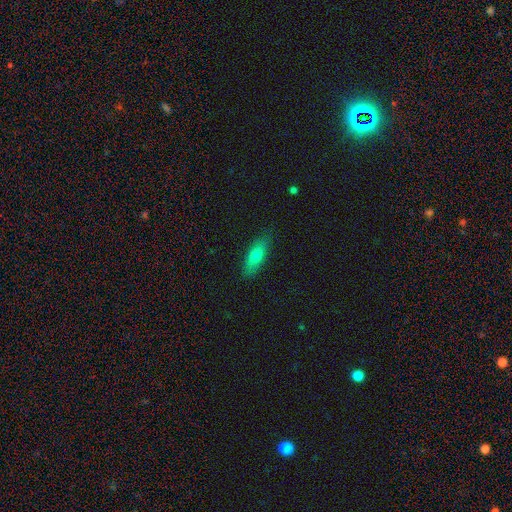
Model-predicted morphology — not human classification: Smooth or featured? Predicted: smooth (p=0.75). How rounded? Predicted: in between (p=0.64). Merging? Predicted: none (p=0.83).